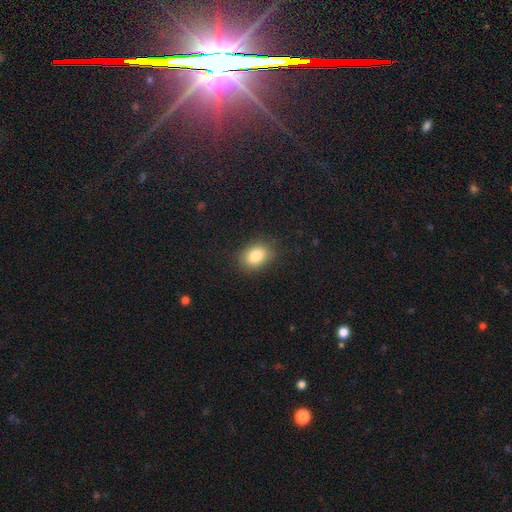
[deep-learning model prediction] smooth-or-featured: smooth: 86% | star or artifact: 9% | featured or disk: 6%
  how-rounded: in between: 76% | round: 23% | cigar-shaped: 1%
  merging: none: 85% | minor disturbance: 11% | major disturbance: 3% | merger: 1%